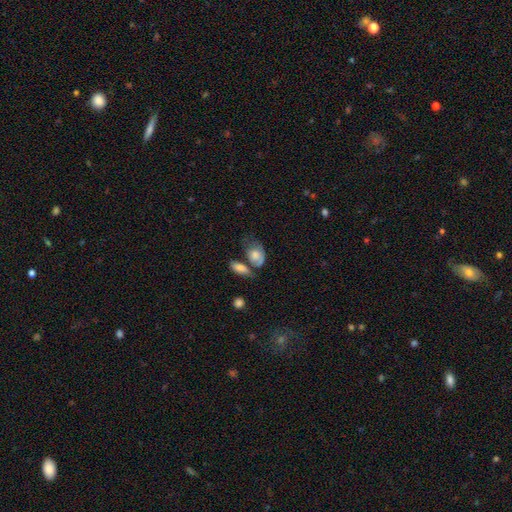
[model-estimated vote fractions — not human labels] smooth 72%, featured or disk 21%, star or artifact 7%. Down the decision tree: how rounded — in between (79%); merging — none (30%).